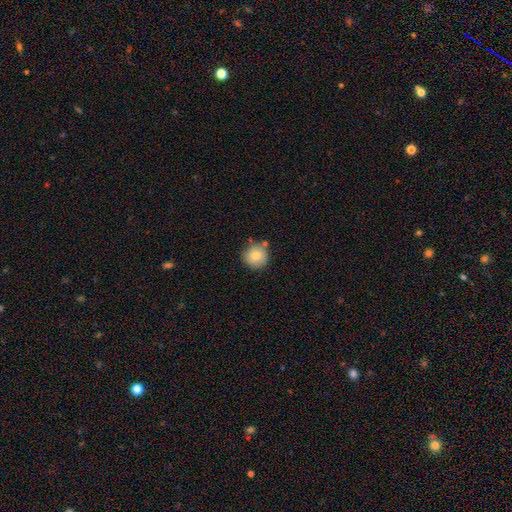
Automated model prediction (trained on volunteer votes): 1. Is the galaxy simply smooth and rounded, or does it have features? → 81% smooth, 10% featured or disk, 8% star or artifact.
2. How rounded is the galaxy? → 94% round, 5% in between, 1% cigar-shaped.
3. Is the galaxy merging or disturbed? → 80% none, 11% minor disturbance, 7% merger, 3% major disturbance.